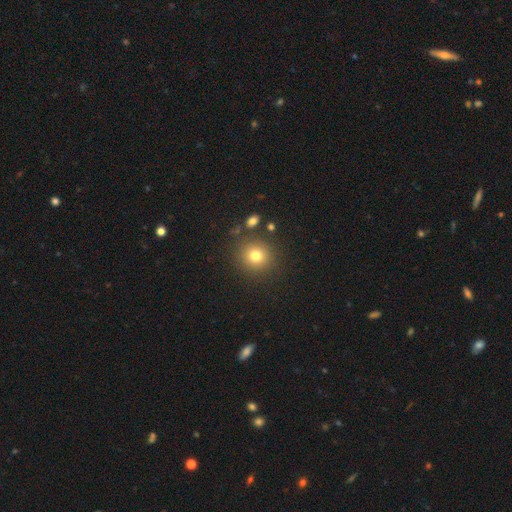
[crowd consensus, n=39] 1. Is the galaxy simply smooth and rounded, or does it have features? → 90% smooth, 8% featured or disk, 3% star or artifact.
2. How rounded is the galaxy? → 97% round, 3% in between, 0% cigar-shaped.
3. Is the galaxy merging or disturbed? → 92% none, 5% minor disturbance, 3% merger, 0% major disturbance.